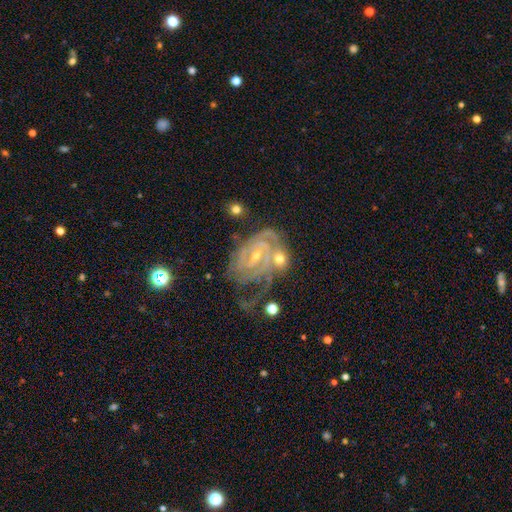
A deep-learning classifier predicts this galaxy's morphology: The model was most divided on "spiral arm count": 2: 32%, can't tell: 25%, 3: 23%, 4: 10%, 1: 5%, more than 4: 5%. Remaining: edge-on disk — no (97%); spiral arms — yes (97%); smooth or featured — featured or disk (88%); spiral winding — tight (70%); bulge size — small (68%); bar — weak (48%); merging — none (43%).